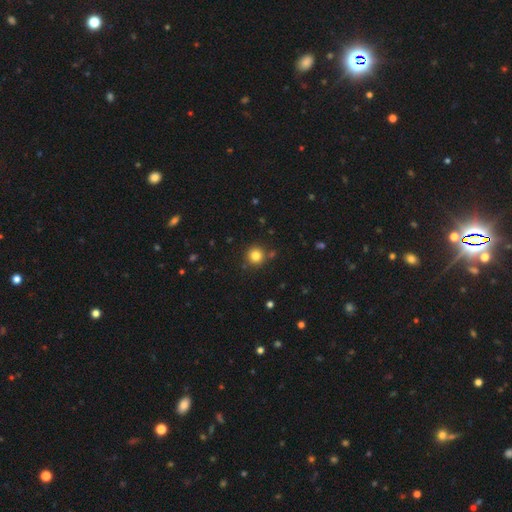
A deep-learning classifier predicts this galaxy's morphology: smooth_or_featured: smooth (p=0.82) [alt: star or artifact p=0.12]
how_rounded: round (p=0.94) [alt: in between p=0.05]
merging: none (p=0.85) [alt: minor disturbance p=0.08]